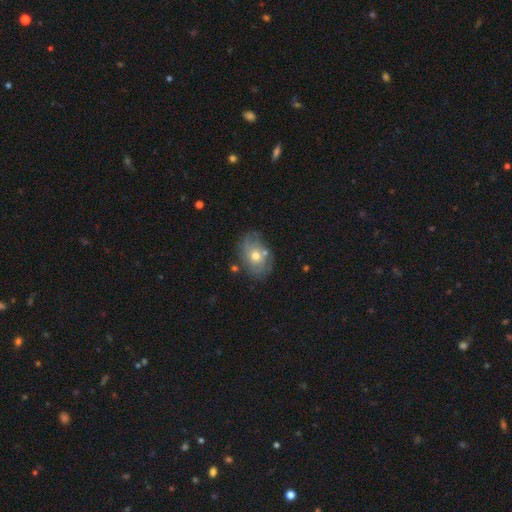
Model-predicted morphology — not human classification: Smooth or featured? Predicted: featured or disk (p=0.48). Merging? Predicted: none (p=0.65).